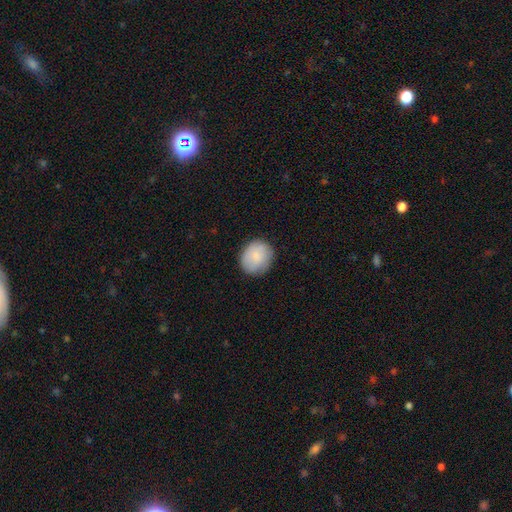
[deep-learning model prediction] A smooth galaxy with no disk features (82%) that is round (75%).

Vote fractions:
- Smooth or featured? smooth: 82% / featured or disk: 11% / star or artifact: 7%
- How rounded? round: 75% / in between: 24% / cigar-shaped: 1%
- Merging? none: 80% / minor disturbance: 15% / major disturbance: 3% / merger: 1%